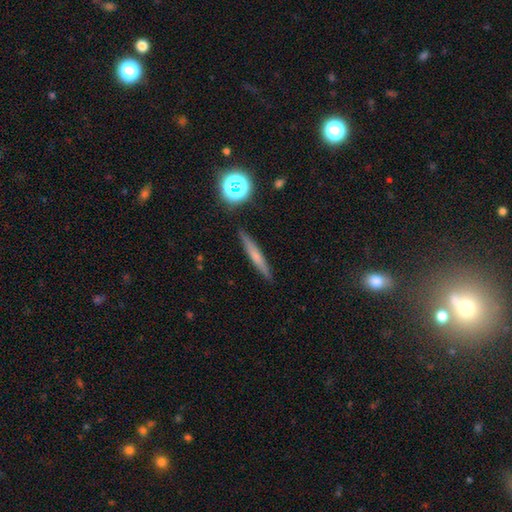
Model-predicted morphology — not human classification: smooth_or_featured: smooth (p=0.52) [alt: featured or disk p=0.36]
how_rounded: cigar-shaped (p=0.92) [alt: in between p=0.05]
merging: none (p=0.89) [alt: minor disturbance p=0.07]